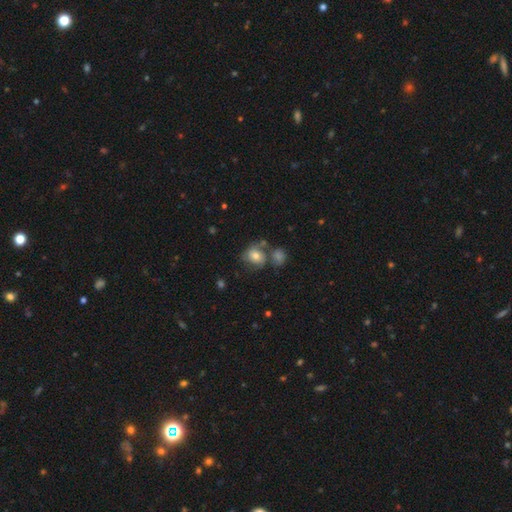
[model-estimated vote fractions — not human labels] Morphology: type=smooth (65%); roundness=round (61%); merging=none (43%).